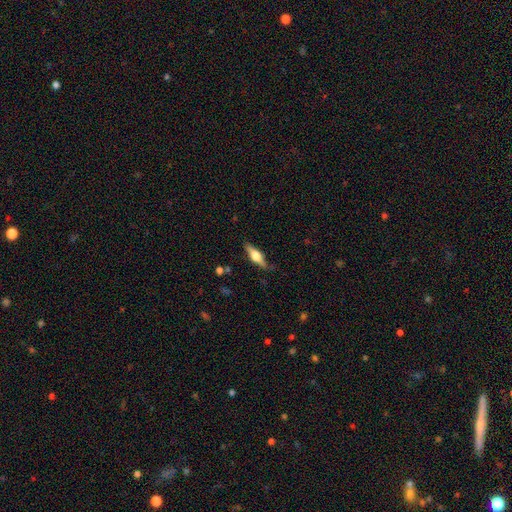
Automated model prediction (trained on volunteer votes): Q: Smooth or featured?
A: featured or disk (63%); runner-up: smooth (31%)
Q: Edge-on disk?
A: yes (96%); runner-up: no (4%)
Q: Edge-on bulge?
A: rounded (91%); runner-up: boxy (8%)
Q: Merging?
A: none (84%); runner-up: minor disturbance (11%)